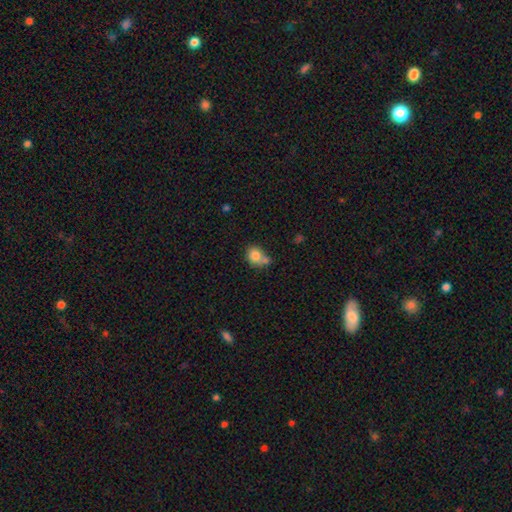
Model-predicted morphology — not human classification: type=smooth (80%); roundness=round (64%); merging=none (43%).